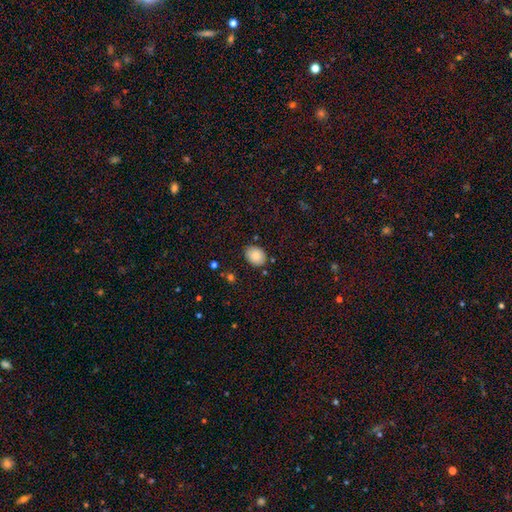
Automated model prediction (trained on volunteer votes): This appears to be a smooth galaxy with no disk features (86%) that is in between round and cigar-shaped (60%). Merging: none (84%).